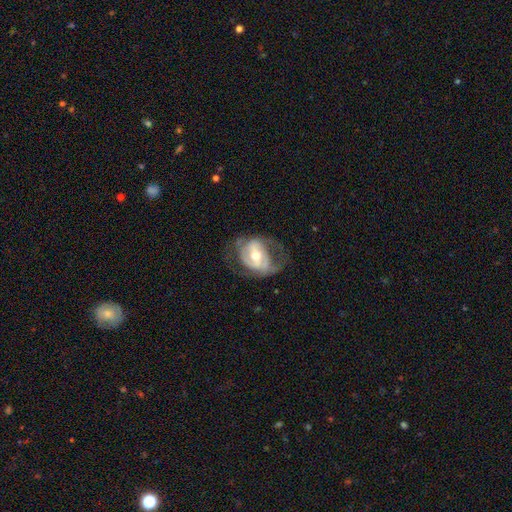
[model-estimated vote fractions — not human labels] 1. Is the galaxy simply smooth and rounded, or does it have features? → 75% featured or disk, 19% smooth, 6% star or artifact.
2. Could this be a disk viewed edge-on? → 96% no, 4% yes.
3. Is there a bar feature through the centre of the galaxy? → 39% weak, 31% strong, 30% no.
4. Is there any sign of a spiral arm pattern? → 76% yes, 24% no.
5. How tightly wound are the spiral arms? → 43% medium, 30% tight, 27% loose.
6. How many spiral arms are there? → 62% 2, 20% can't tell, 7% 3, 7% 1, 2% 4, 2% more than 4.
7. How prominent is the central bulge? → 66% moderate, 25% small, 6% large, 1% none, 1% dominant.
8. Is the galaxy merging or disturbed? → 48% none, 29% major disturbance, 22% minor disturbance, 2% merger.